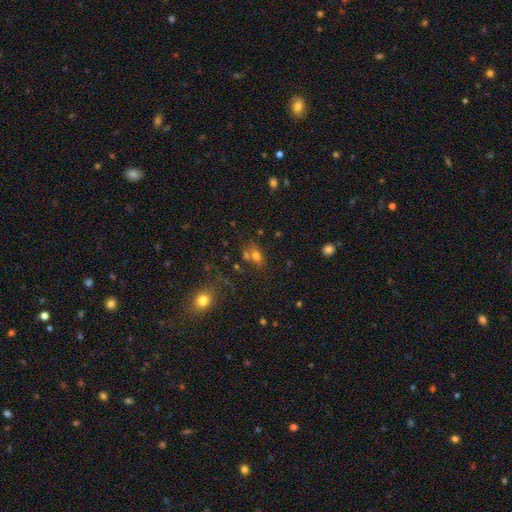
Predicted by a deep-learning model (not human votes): A smooth galaxy with no disk features (70%) that is in between round and cigar-shaped (71%). Merging: none (50%).